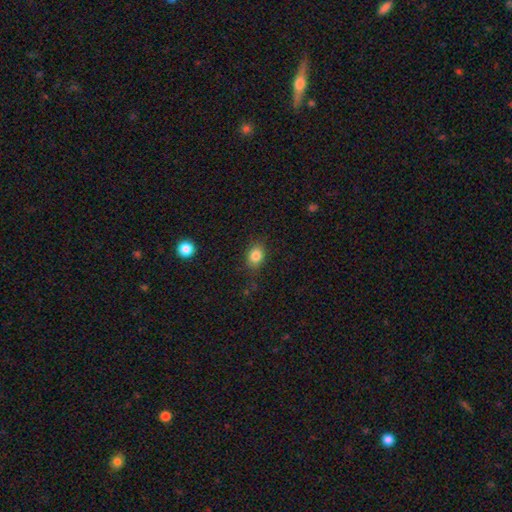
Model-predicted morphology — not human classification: Smooth or featured: smooth — 83% (star or artifact — 10%)
How rounded: in between — 61% (round — 38%)
Merging: none — 81% (minor disturbance — 14%)